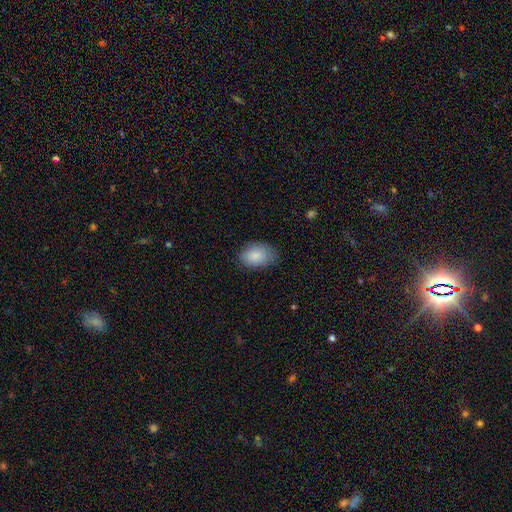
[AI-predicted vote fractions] A smooth galaxy with no disk features (87%) that is in between round and cigar-shaped (89%). Merging: none (76%).